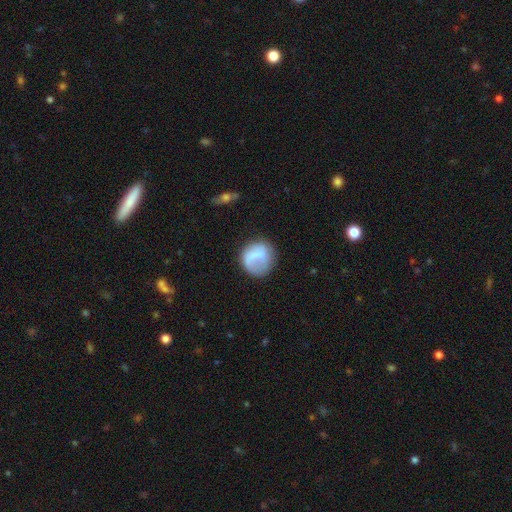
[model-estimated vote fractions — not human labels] A smooth galaxy with no disk features (69%) that is round (85%).

Vote fractions:
- Smooth or featured? smooth: 69% / featured or disk: 24% / star or artifact: 7%
- How rounded? round: 85% / in between: 14% / cigar-shaped: 1%
- Merging? none: 60% / minor disturbance: 21% / major disturbance: 16% / merger: 3%